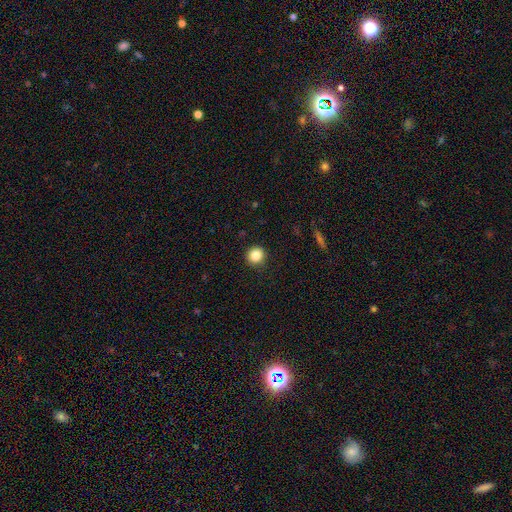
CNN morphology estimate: This is clearly a smooth galaxy (85%). How rounded: clearly round (92%). Merging: clearly none (92%).